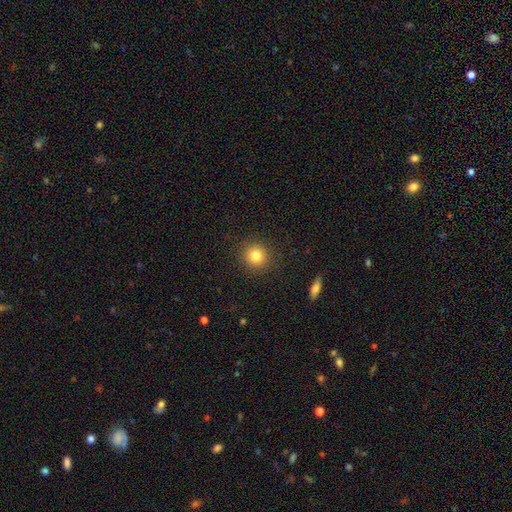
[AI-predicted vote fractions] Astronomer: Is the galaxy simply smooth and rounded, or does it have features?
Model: smooth — 82%.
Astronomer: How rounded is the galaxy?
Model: round — 92%.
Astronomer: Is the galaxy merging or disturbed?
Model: none — 90%.